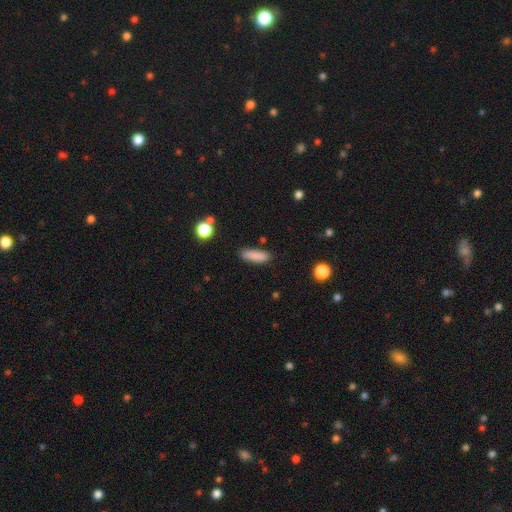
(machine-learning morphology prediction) smooth-or-featured: smooth: 86% | star or artifact: 8% | featured or disk: 6%
  how-rounded: cigar-shaped: 52% | in between: 46% | round: 2%
  merging: none: 83% | minor disturbance: 12% | major disturbance: 3% | merger: 2%